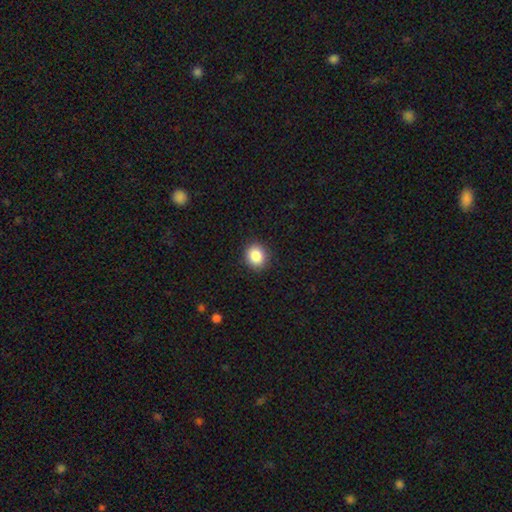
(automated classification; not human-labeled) The model was most divided on "how rounded": round: 73%, in between: 26%, cigar-shaped: 1%. More confident: merging — none (89%); smooth or featured — smooth (86%).